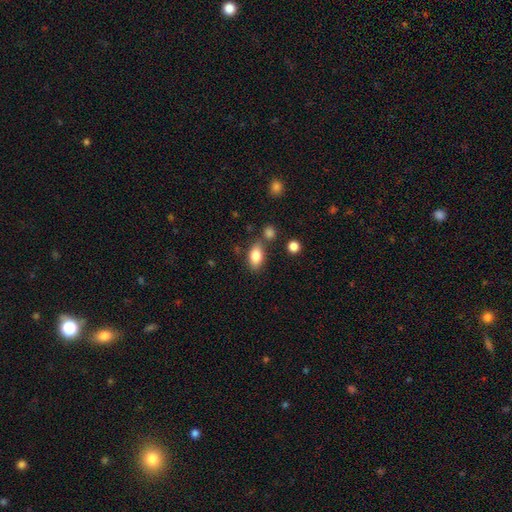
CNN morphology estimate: smooth_or_featured: smooth (p=0.84) [alt: featured or disk p=0.08]
how_rounded: in between (p=0.89) [alt: round p=0.07]
merging: none (p=0.72) [alt: minor disturbance p=0.14]